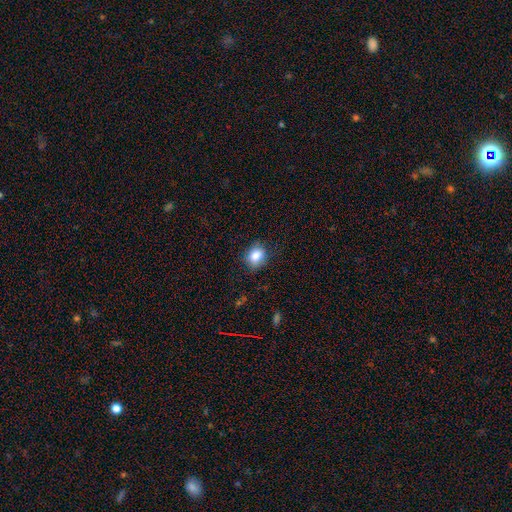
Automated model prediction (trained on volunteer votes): The model was most divided on "how rounded": in between: 51%, round: 48%, cigar-shaped: 1%. More confident: smooth or featured — smooth (84%); merging — none (78%).